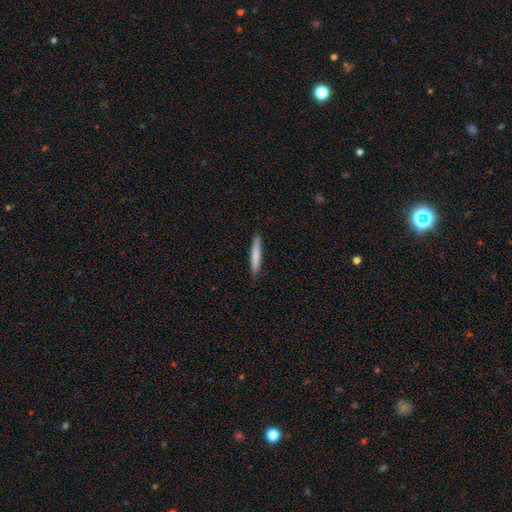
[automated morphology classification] The model was most divided on "smooth or featured": smooth: 78%, featured or disk: 17%, star or artifact: 5%. More confident: how rounded — cigar-shaped (94%); merging — none (89%).